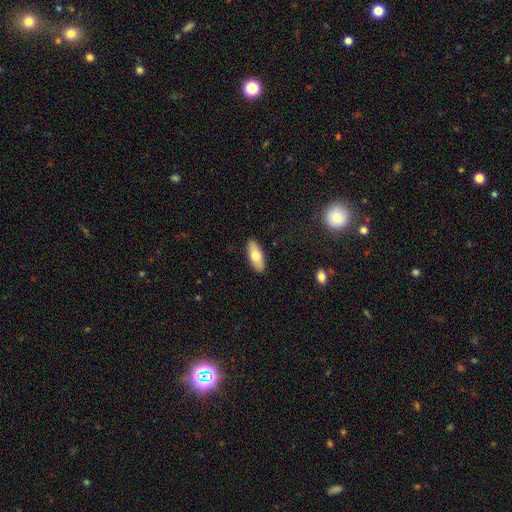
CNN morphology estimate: smooth_or_featured: smooth (p=0.71) [alt: featured or disk p=0.23]
how_rounded: in between (p=0.82) [alt: cigar-shaped p=0.16]
merging: none (p=0.90) [alt: minor disturbance p=0.08]